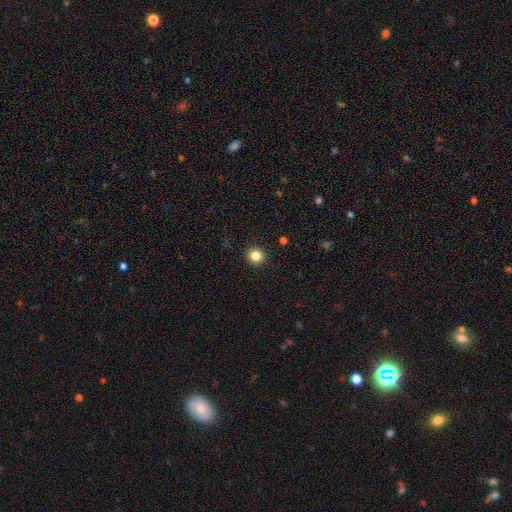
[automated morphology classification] type=smooth (84%); roundness=round (91%); merging=none (92%).